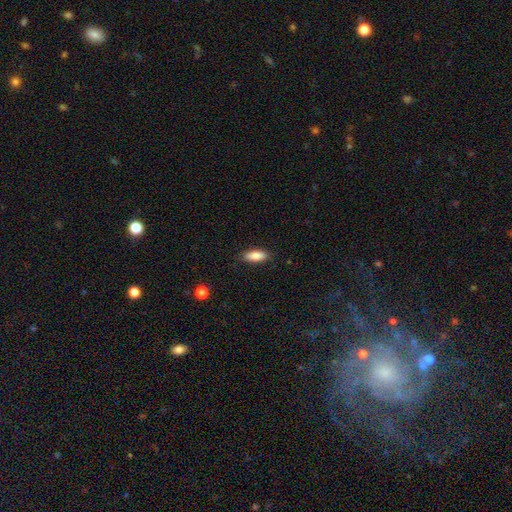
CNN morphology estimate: type=smooth (86%); roundness=in between (78%); merging=none (86%).